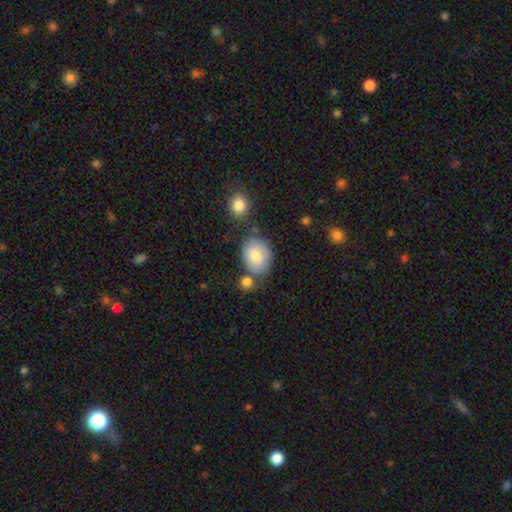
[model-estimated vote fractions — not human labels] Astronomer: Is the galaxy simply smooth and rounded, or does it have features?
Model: smooth — 79%.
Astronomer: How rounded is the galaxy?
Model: in between — 55% (runner-up: round, 44%).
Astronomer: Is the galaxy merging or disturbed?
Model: none — 66%.